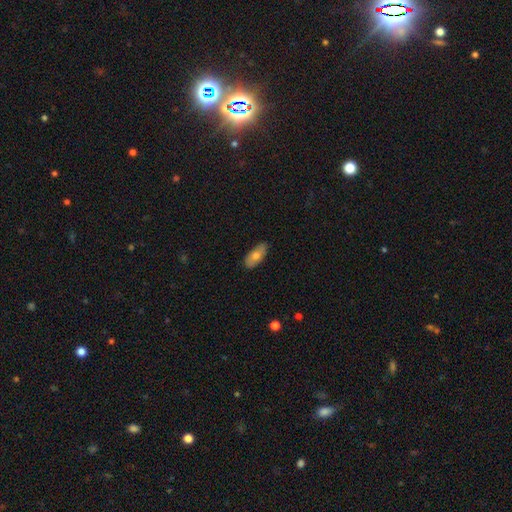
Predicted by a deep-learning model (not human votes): This is likely a smooth galaxy (71%). How rounded: clearly in between (85%). Merging: clearly none (83%).